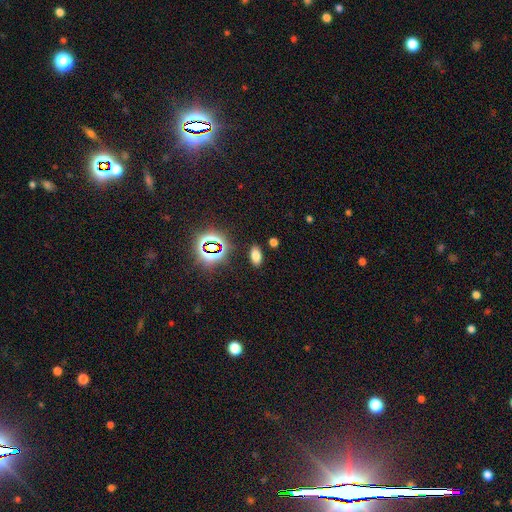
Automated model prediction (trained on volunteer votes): Smooth or featured: smooth — 69% (star or artifact — 24%)
How rounded: in between — 89% (round — 6%)
Merging: none — 87% (minor disturbance — 8%)